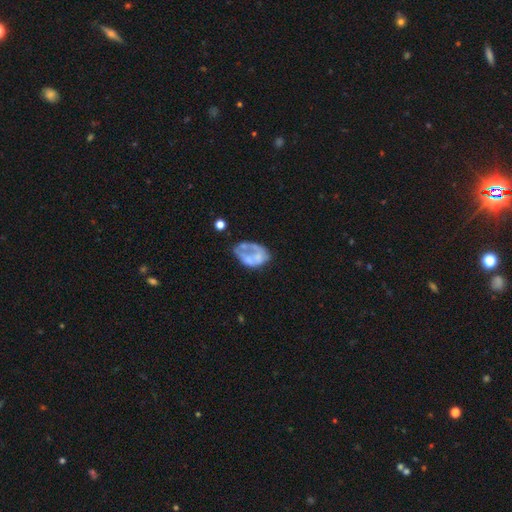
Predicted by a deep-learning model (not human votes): Smooth or featured? Predicted: featured or disk (p=0.55). Edge-on disk? Predicted: no (p=0.98). Bar? Predicted: no (p=0.91). Spiral arms? Predicted: no (p=0.88). Bulge size? Predicted: none (p=0.64). Merging? Predicted: none (p=0.32).